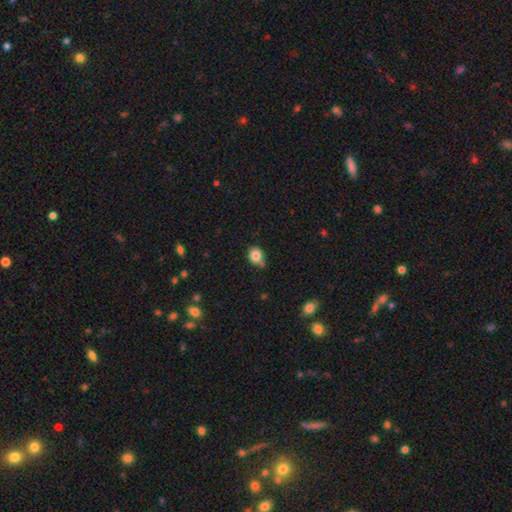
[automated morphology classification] Smooth or featured? Predicted: smooth (p=0.84). How rounded? Predicted: round (p=0.63). Merging? Predicted: none (p=0.66).